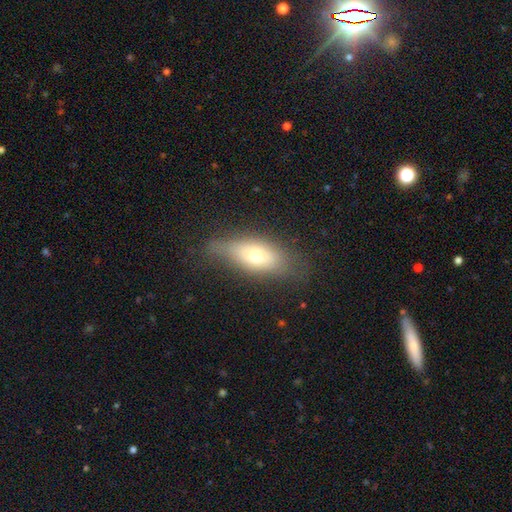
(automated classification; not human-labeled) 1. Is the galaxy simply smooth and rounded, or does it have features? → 63% smooth, 28% featured or disk, 9% star or artifact.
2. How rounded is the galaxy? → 74% in between, 21% cigar-shaped, 5% round.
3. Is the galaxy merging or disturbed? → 65% none, 24% minor disturbance, 10% major disturbance, 2% merger.